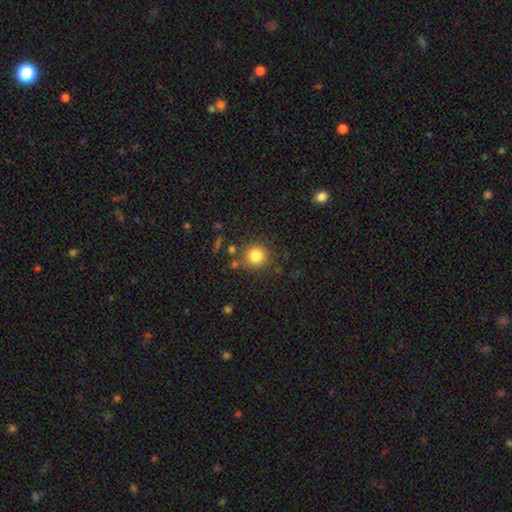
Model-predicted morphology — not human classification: Overall: smooth (82%). How rounded: round (93%). Merging: none (80%).